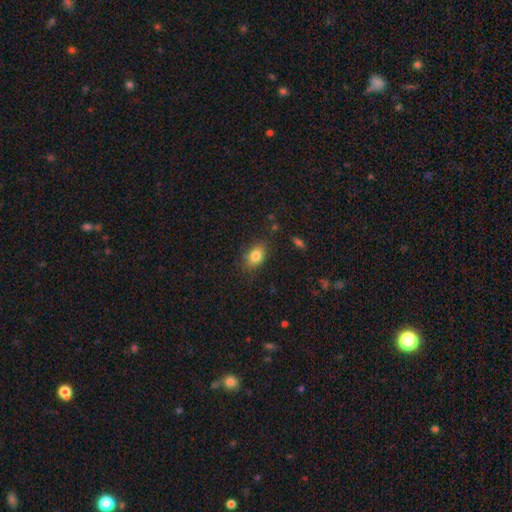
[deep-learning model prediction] Smooth or featured?
  - smooth: 81% *
  - star or artifact: 9%
  - featured or disk: 9%
How rounded?
  - in between: 79% *
  - round: 18%
  - cigar-shaped: 3%
Merging?
  - none: 78% *
  - minor disturbance: 16%
  - major disturbance: 4%
  - merger: 2%